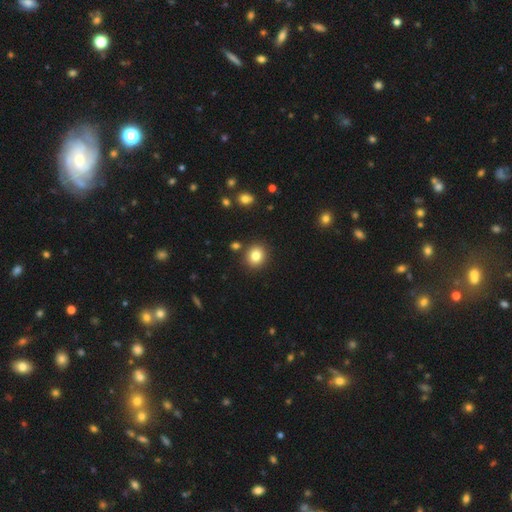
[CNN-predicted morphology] A smooth galaxy with no disk features (82%) that is round (82%). Merging: none (87%).